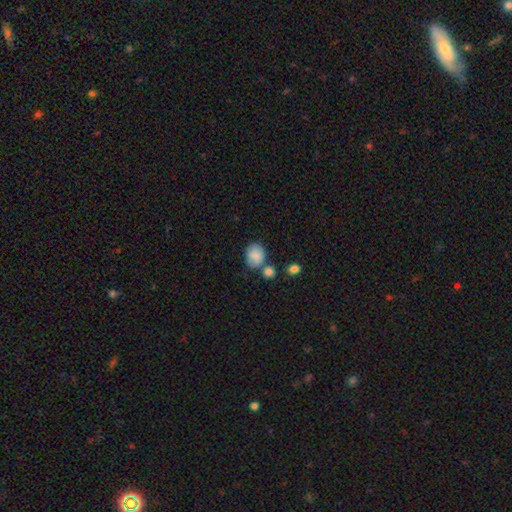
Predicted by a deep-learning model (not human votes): Smooth or featured: smooth — 82% (featured or disk — 10%)
How rounded: round — 51% (in between — 48%)
Merging: none — 53% (merger — 21%)